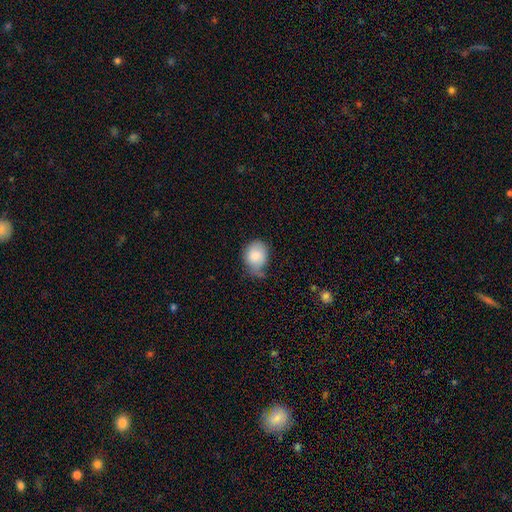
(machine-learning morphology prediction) This is clearly a smooth galaxy (85%). How rounded: possibly in between (58%). Merging: marginally minor disturbance (43%).